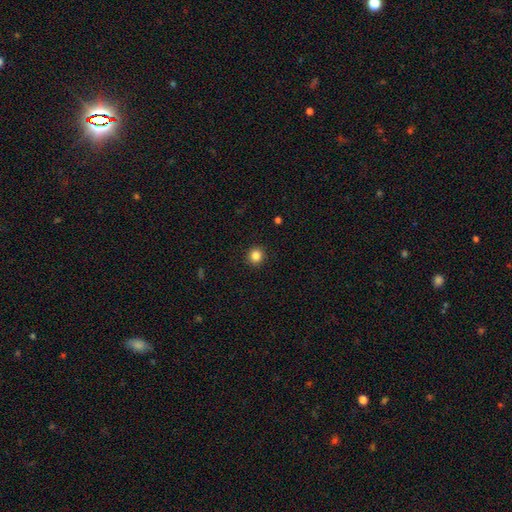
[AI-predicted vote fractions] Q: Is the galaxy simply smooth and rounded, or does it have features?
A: smooth — 85%.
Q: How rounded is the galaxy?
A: round — 92%.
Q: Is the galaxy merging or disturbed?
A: none — 93%.